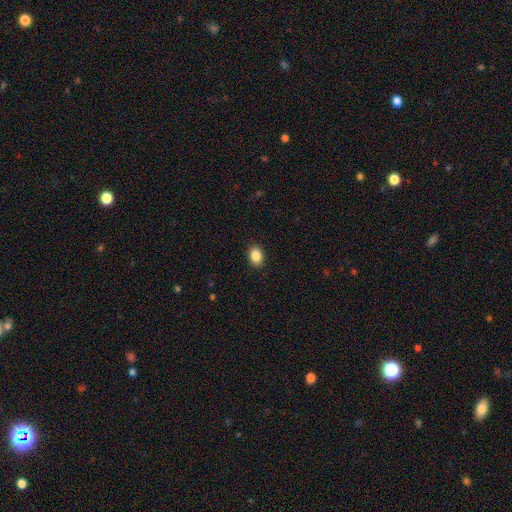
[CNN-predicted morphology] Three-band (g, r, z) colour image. It shows a smooth galaxy with no disk features (87%) that is in between round and cigar-shaped (74%). Merging: none (90%).